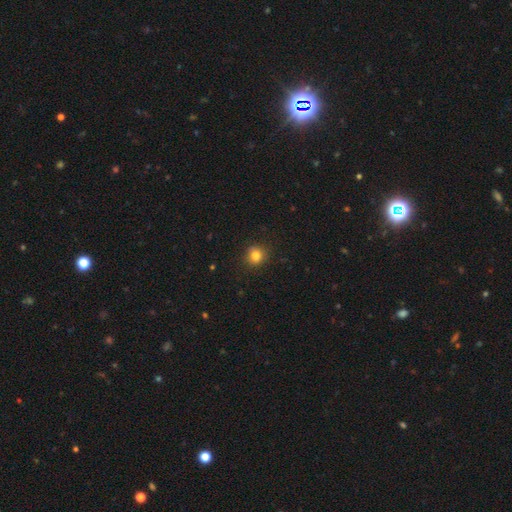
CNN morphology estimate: smooth_or_featured: smooth (p=0.82) [alt: star or artifact p=0.12]
how_rounded: round (p=0.89) [alt: in between p=0.10]
merging: none (p=0.88) [alt: minor disturbance p=0.09]